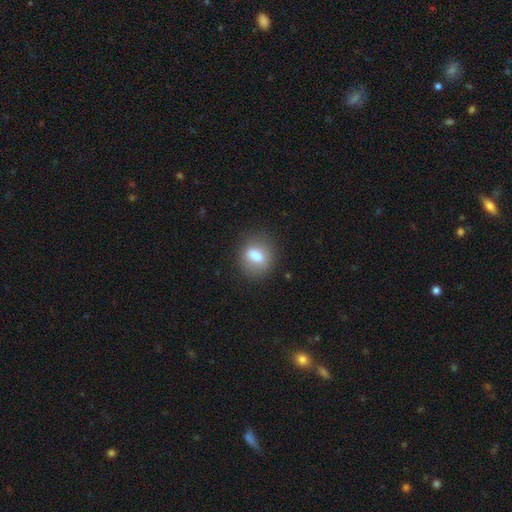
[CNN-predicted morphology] A smooth galaxy with no disk features (73%) that is in between round and cigar-shaped (51%). Merging: none (78%).